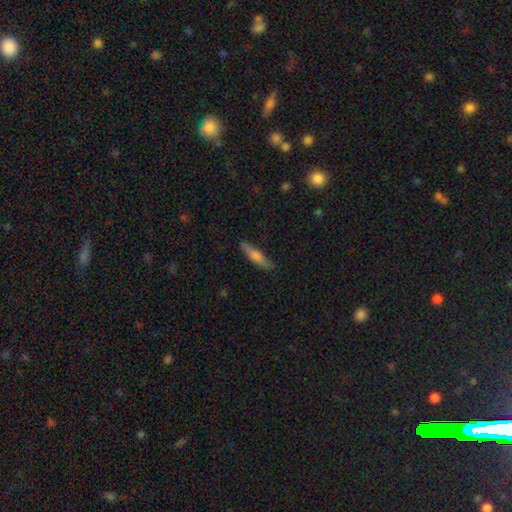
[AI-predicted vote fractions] Q: Smooth or featured?
A: smooth (69%); runner-up: featured or disk (25%)
Q: How rounded?
A: cigar-shaped (79%); runner-up: in between (19%)
Q: Merging?
A: none (83%); runner-up: minor disturbance (13%)